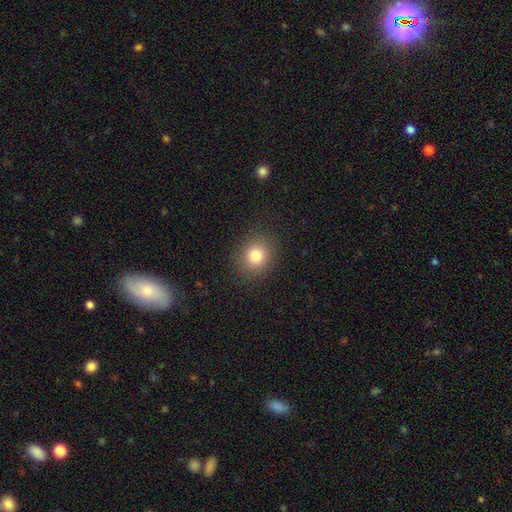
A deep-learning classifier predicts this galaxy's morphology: This appears to be a smooth galaxy with no disk features (80%) that is round (78%). Merging: none (89%).